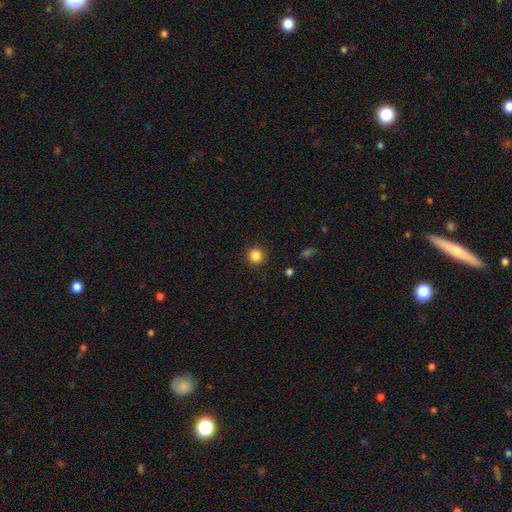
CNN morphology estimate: Smooth or featured? smooth (85%)
How rounded? round (95%)
Merging? none (92%)